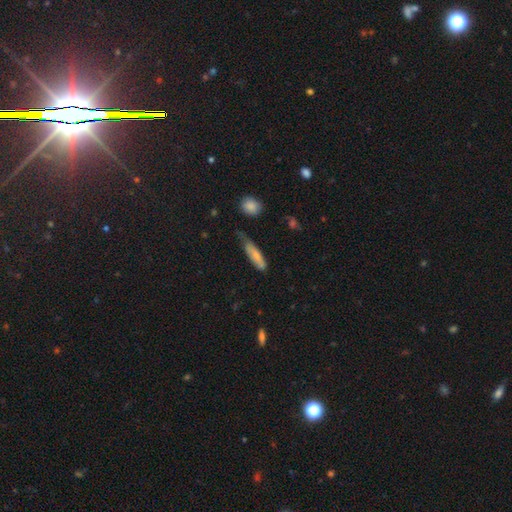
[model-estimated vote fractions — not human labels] Smooth or featured?
  - smooth: 74% *
  - featured or disk: 20%
  - star or artifact: 6%
How rounded?
  - cigar-shaped: 65% *
  - in between: 33%
  - round: 2%
Merging?
  - none: 40% *
  - minor disturbance: 39%
  - major disturbance: 16%
  - merger: 5%